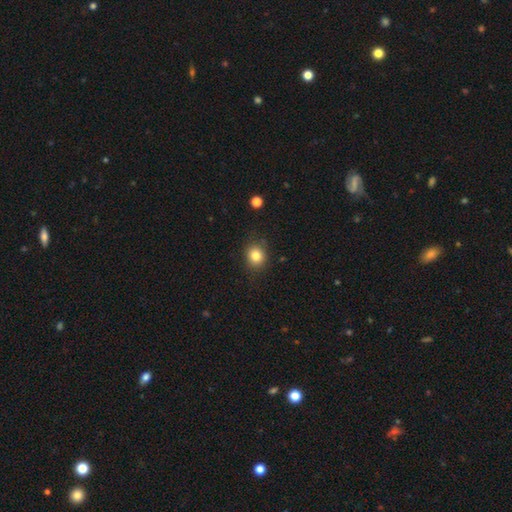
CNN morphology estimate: smooth-or-featured: smooth: 83% | star or artifact: 11% | featured or disk: 6%
  how-rounded: round: 75% | in between: 24% | cigar-shaped: 1%
  merging: none: 84% | minor disturbance: 11% | major disturbance: 3% | merger: 2%